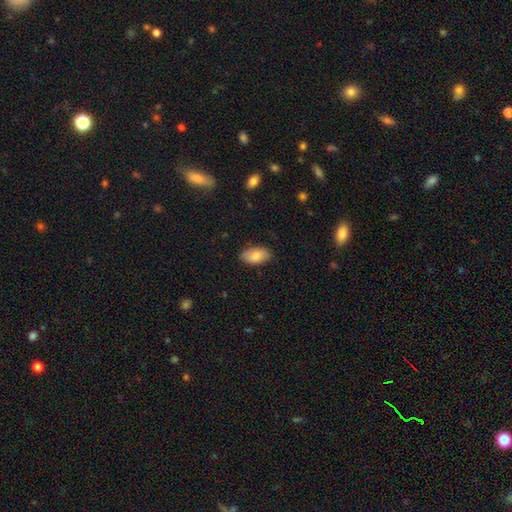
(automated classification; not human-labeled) smooth-or-featured: smooth: 82% | featured or disk: 12% | star or artifact: 7%
  how-rounded: in between: 94% | round: 4% | cigar-shaped: 2%
  merging: none: 85% | minor disturbance: 12% | major disturbance: 2% | merger: 1%